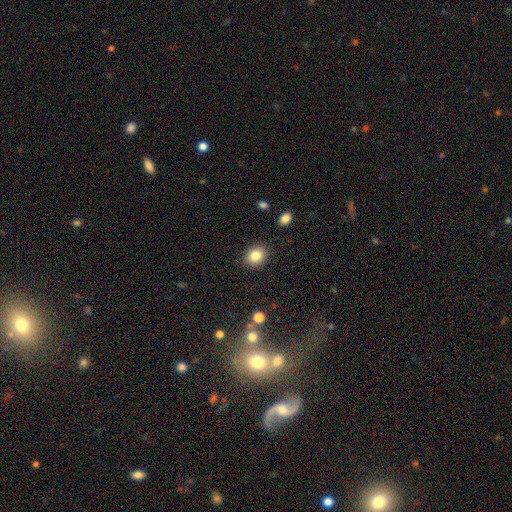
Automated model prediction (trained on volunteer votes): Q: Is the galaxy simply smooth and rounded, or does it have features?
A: smooth — 84%.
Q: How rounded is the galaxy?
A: round — 65%.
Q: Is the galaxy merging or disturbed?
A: none — 89%.